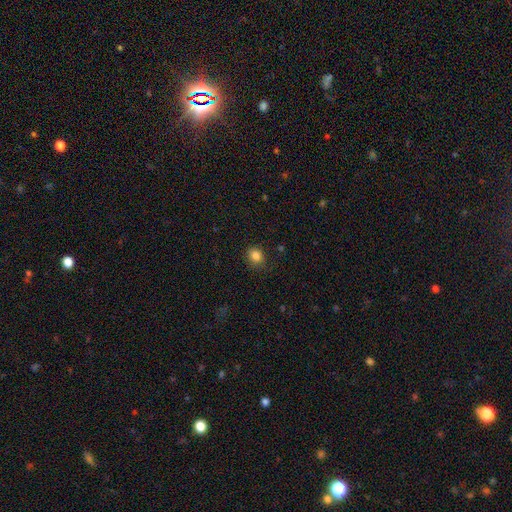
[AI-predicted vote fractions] Smooth or featured? smooth (84%)
How rounded? round (67%)
Merging? none (79%)